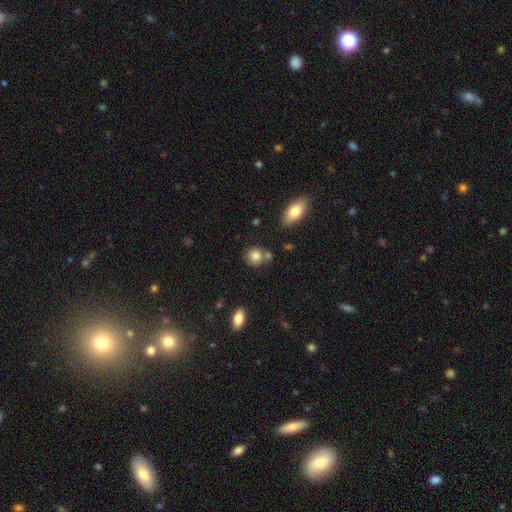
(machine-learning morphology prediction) This appears to be a smooth galaxy with no disk features (83%) that is round (77%). Merging: none (67%).